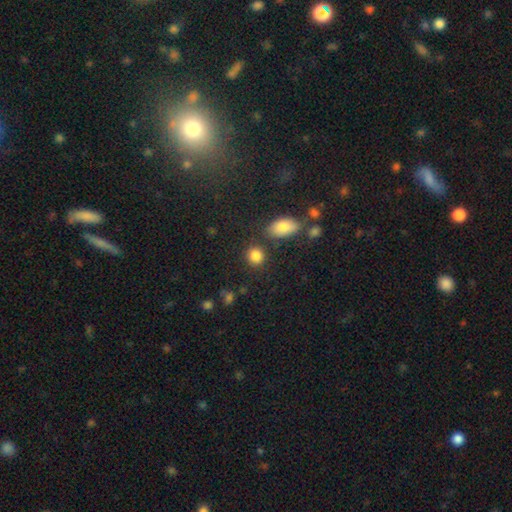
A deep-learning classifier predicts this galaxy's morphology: type=smooth (85%); roundness=round (75%); merging=none (78%).